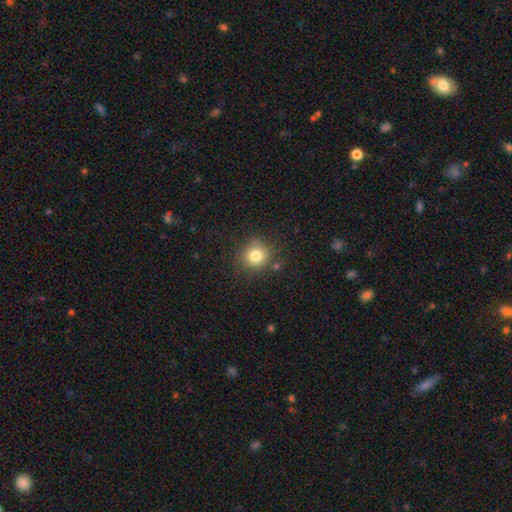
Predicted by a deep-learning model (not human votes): Morphology: type=smooth (79%); roundness=round (89%); merging=none (82%).